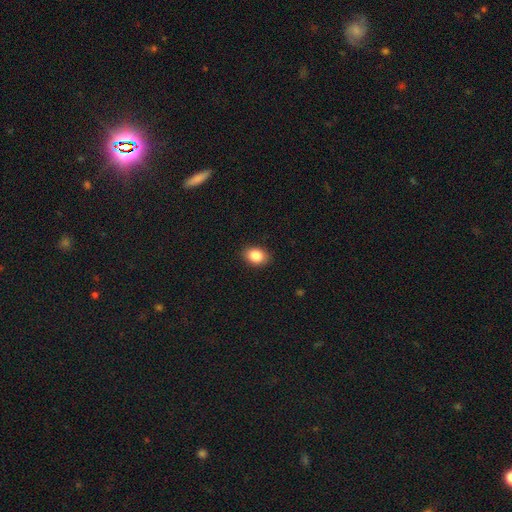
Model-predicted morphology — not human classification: This is clearly a smooth galaxy (86%). How rounded: likely in between (74%). Merging: clearly none (89%).